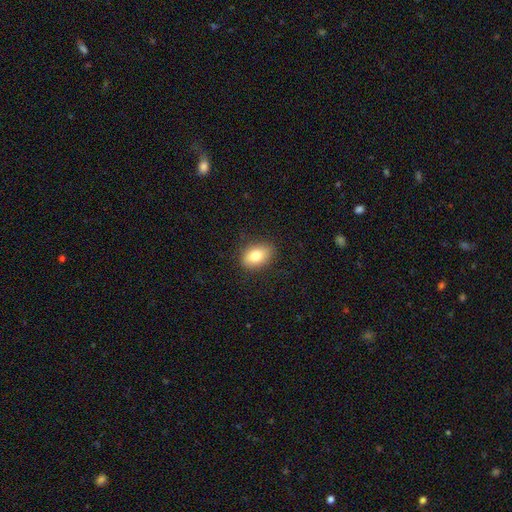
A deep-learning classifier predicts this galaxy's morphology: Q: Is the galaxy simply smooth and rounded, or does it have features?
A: smooth — 82%.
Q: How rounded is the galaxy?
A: in between — 84%.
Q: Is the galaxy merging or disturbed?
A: none — 85%.